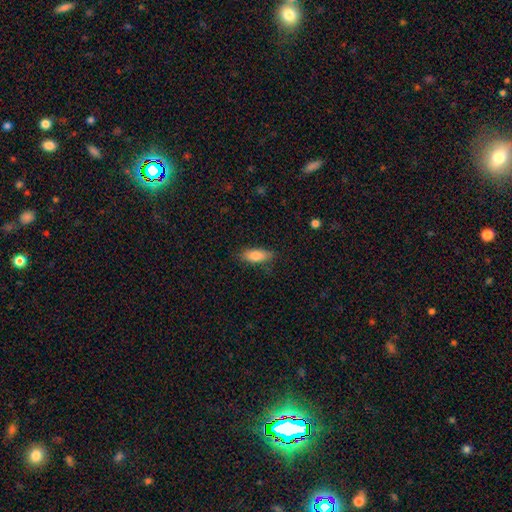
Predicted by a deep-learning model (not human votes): Smooth or featured: smooth — 85% (featured or disk — 9%)
How rounded: in between — 77% (cigar-shaped — 21%)
Merging: none — 79% (minor disturbance — 16%)